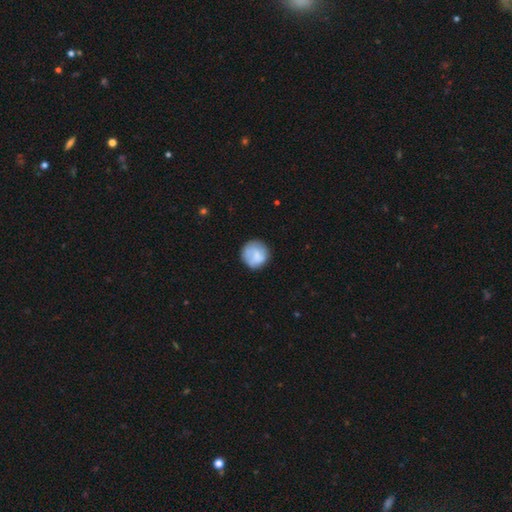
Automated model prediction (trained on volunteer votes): Smooth or featured? smooth (74%)
How rounded? round (91%)
Merging? none (75%)